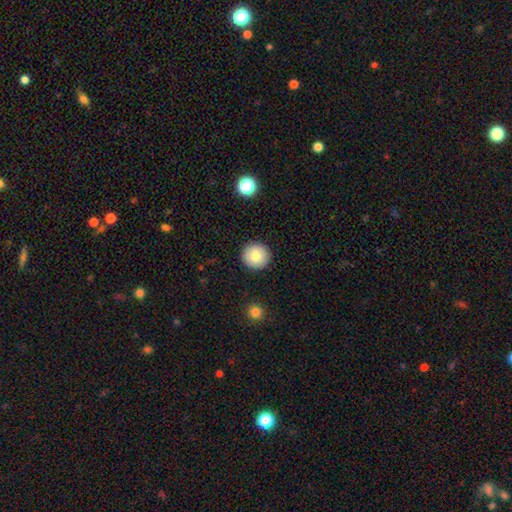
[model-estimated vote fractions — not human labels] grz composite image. It shows a smooth galaxy with no disk features (83%) that is round (94%). Merging: none (92%).